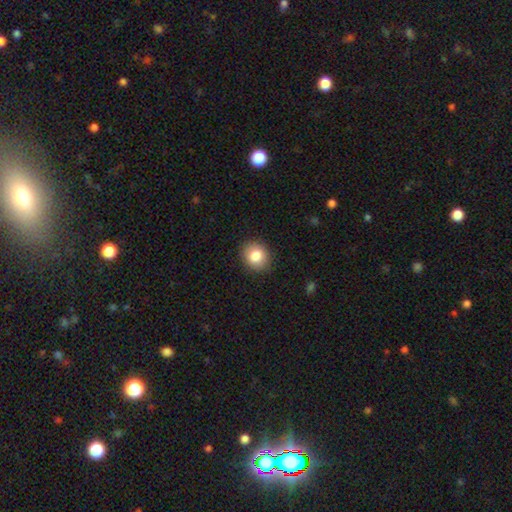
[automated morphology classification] Q: Smooth or featured?
A: smooth (84%); runner-up: star or artifact (9%)
Q: How rounded?
A: round (75%); runner-up: in between (24%)
Q: Merging?
A: none (90%); runner-up: minor disturbance (7%)